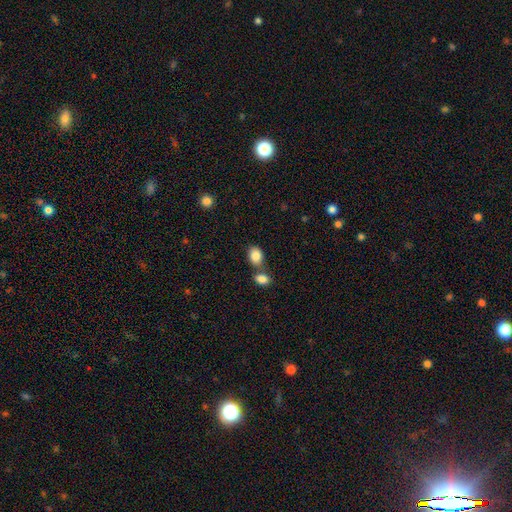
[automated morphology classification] This is clearly a smooth galaxy (86%). How rounded: likely in between (73%). Merging: possibly none (51%).